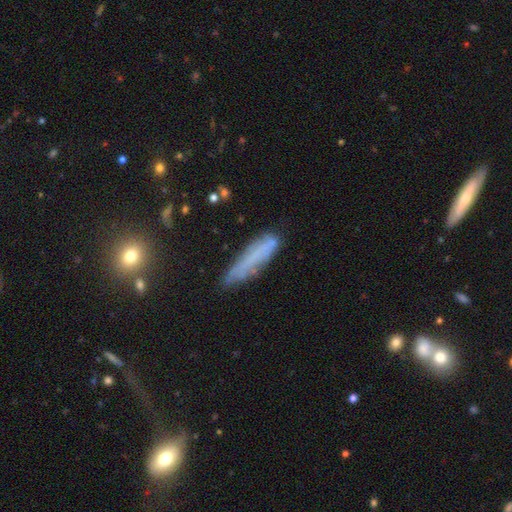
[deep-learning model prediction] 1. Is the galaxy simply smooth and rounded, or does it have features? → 59% smooth, 30% featured or disk, 11% star or artifact.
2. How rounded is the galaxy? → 88% cigar-shaped, 11% in between, 2% round.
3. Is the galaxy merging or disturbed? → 66% none, 24% minor disturbance, 7% major disturbance, 3% merger.